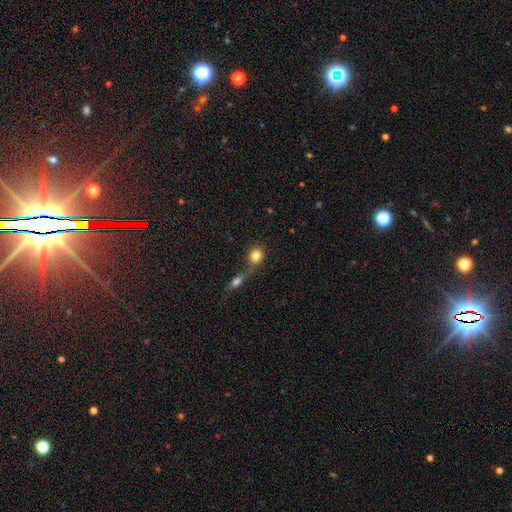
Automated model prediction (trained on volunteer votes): This is clearly a smooth galaxy (83%). How rounded: likely round (67%). Merging: possibly merger (48%).